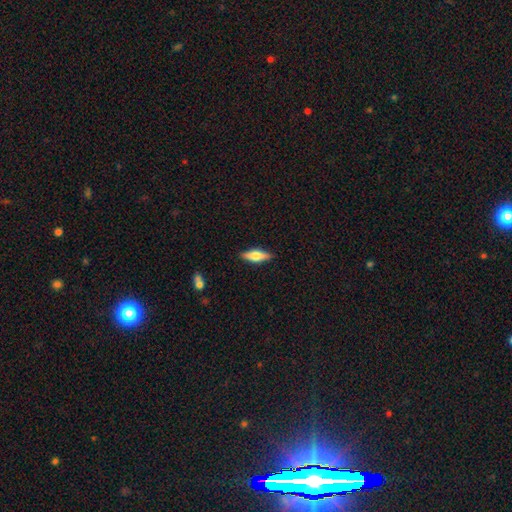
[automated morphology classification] This is possibly a smooth galaxy (51%). How rounded: possibly cigar-shaped (52%). Merging: clearly none (88%).